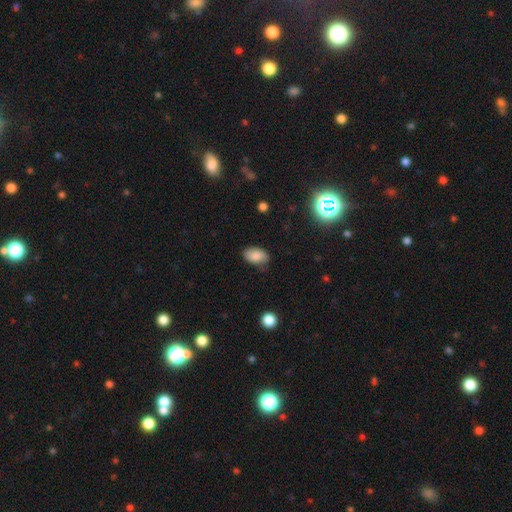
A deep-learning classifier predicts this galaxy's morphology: Smooth or featured: smooth — 81% (featured or disk — 10%)
How rounded: in between — 91% (round — 8%)
Merging: none — 70% (minor disturbance — 24%)